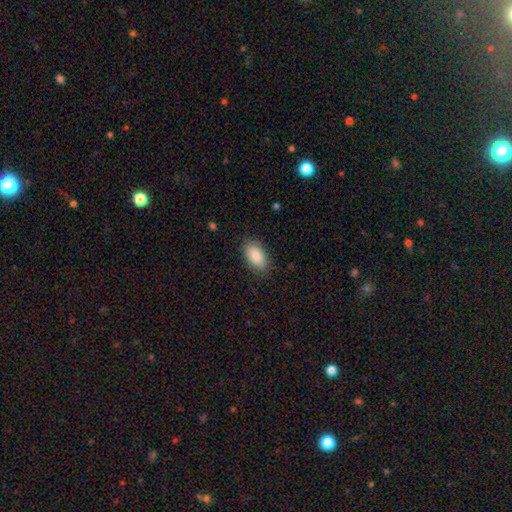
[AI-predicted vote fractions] Smooth or featured?
  - smooth: 88% *
  - star or artifact: 6%
  - featured or disk: 6%
How rounded?
  - in between: 94% *
  - round: 4%
  - cigar-shaped: 2%
Merging?
  - none: 85% *
  - minor disturbance: 11%
  - major disturbance: 3%
  - merger: 1%